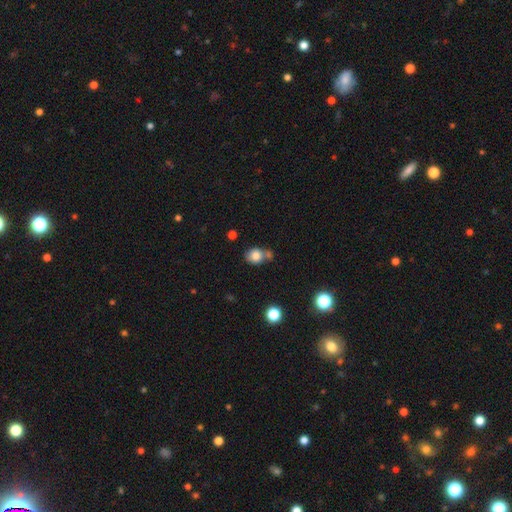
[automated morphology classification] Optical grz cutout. It shows a smooth galaxy with no disk features (81%) that is round (66%). Merging: none (52%).